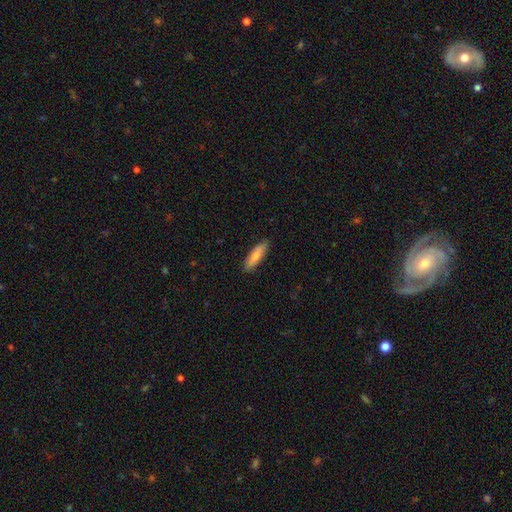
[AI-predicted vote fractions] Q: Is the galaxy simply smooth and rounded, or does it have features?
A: smooth — 80%.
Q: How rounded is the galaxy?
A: cigar-shaped — 67%.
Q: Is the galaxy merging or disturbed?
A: none — 88%.